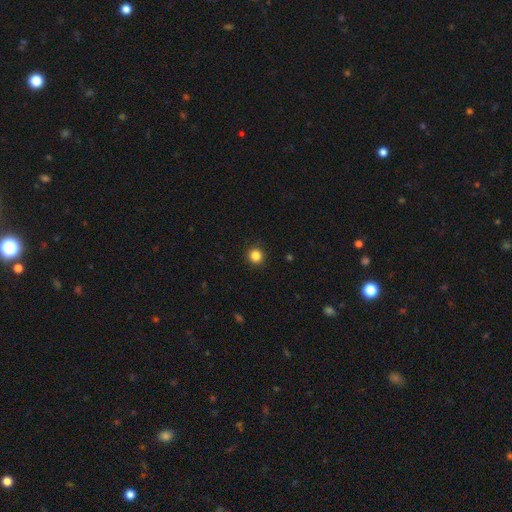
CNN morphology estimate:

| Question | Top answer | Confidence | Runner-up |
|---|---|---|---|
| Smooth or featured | smooth | 84% | star or artifact (12%) |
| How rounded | round | 95% | in between (4%) |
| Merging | none | 92% | minor disturbance (5%) |